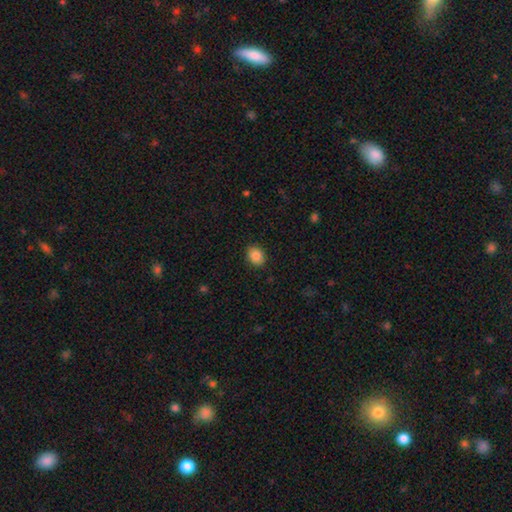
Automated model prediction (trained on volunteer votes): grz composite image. It shows a smooth galaxy with no disk features (87%) that is in between round and cigar-shaped (59%). Merging: none (88%).